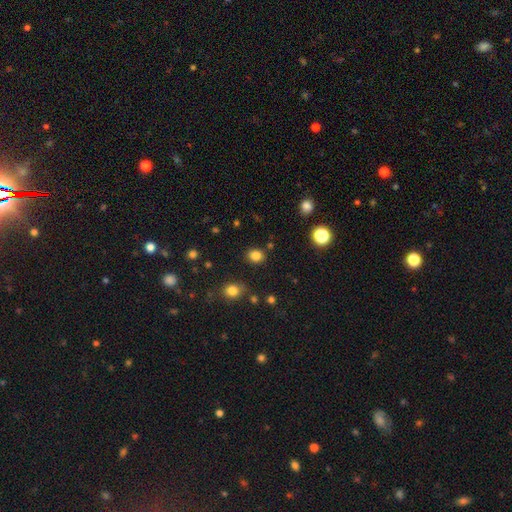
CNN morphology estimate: A smooth galaxy with no disk features (83%) that is round (72%). Merging: none (86%).